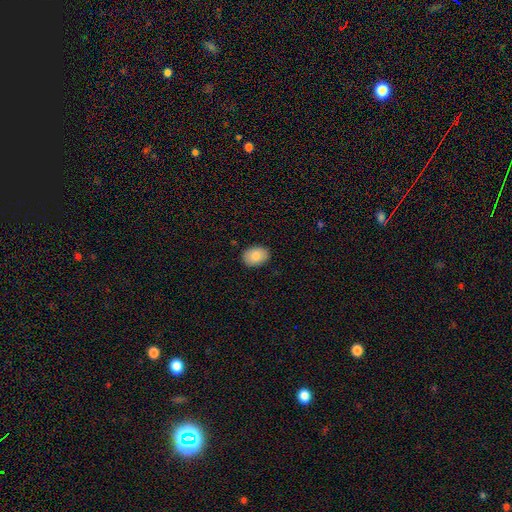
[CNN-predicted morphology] A smooth galaxy with no disk features (83%) that is in between round and cigar-shaped (77%). Merging: none (88%).